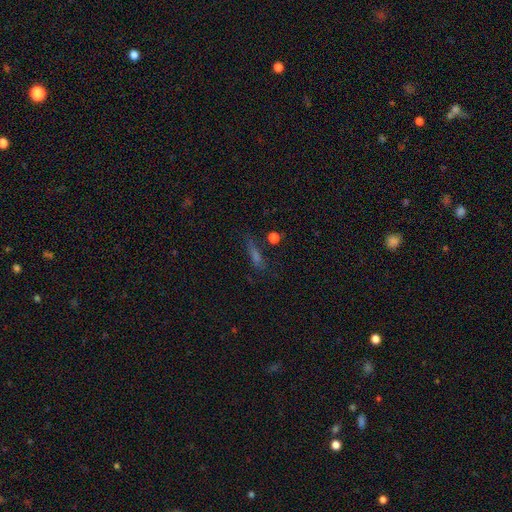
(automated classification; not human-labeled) A smooth galaxy with no disk features (46%).

Vote fractions:
- Smooth or featured? smooth: 46% / star or artifact: 29% / featured or disk: 25%
- Merging? none: 67% / minor disturbance: 18% / major disturbance: 10% / merger: 5%